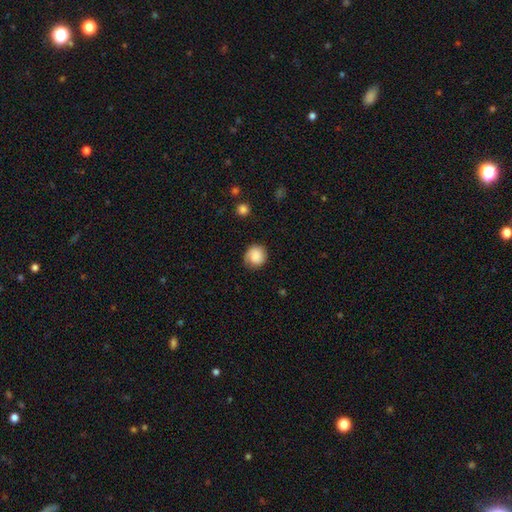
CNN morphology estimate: Smooth or featured?
  - smooth: 77% *
  - featured or disk: 16%
  - star or artifact: 8%
How rounded?
  - round: 82% *
  - in between: 18%
  - cigar-shaped: 1%
Merging?
  - none: 70% *
  - minor disturbance: 21%
  - major disturbance: 7%
  - merger: 2%